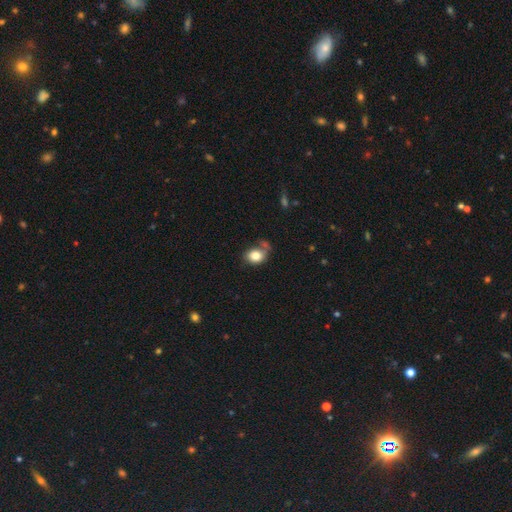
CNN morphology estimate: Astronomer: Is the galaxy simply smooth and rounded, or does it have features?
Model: smooth — 81%.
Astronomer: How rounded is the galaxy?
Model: in between — 53% (runner-up: round, 46%).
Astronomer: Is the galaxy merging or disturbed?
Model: none — 51%.